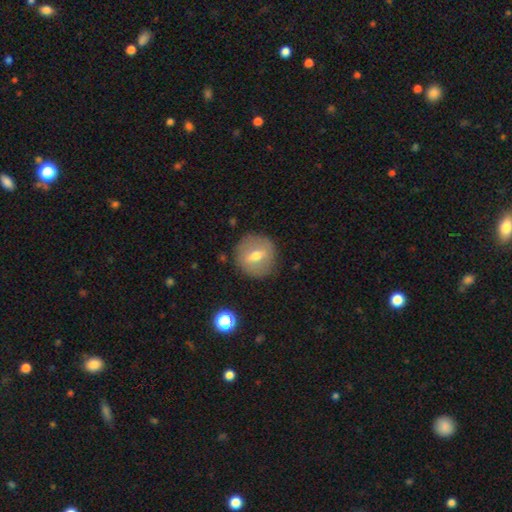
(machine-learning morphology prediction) Smooth or featured? Predicted: smooth (p=0.51). How rounded? Predicted: round (p=0.88). Merging? Predicted: none (p=0.84).